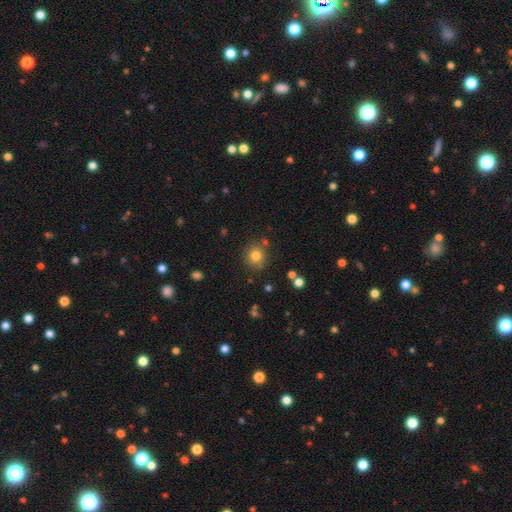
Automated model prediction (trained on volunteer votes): smooth_or_featured: smooth (p=0.79) [alt: star or artifact p=0.13]
how_rounded: round (p=0.86) [alt: in between p=0.13]
merging: none (p=0.82) [alt: minor disturbance p=0.10]